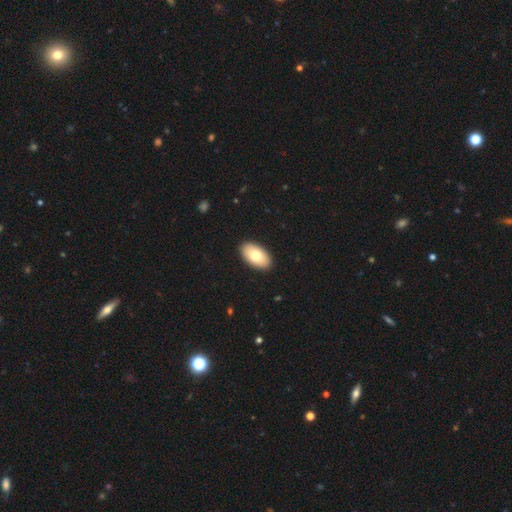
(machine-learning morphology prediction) Smooth or featured? Predicted: smooth (p=0.75). How rounded? Predicted: in between (p=0.96). Merging? Predicted: none (p=0.91).